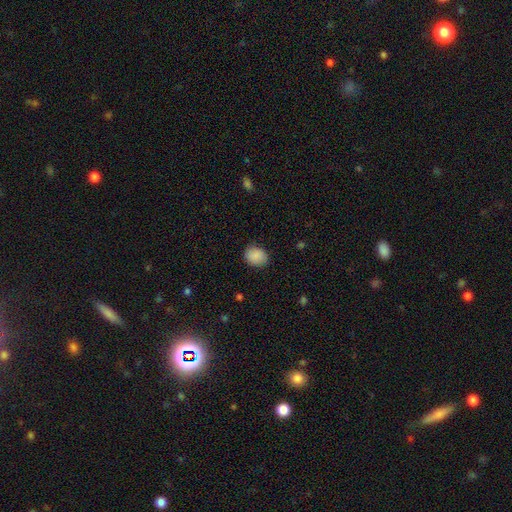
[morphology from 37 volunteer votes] Overall: smooth (95%). How rounded: in between (54%; round 46%). Merging: none (83%).